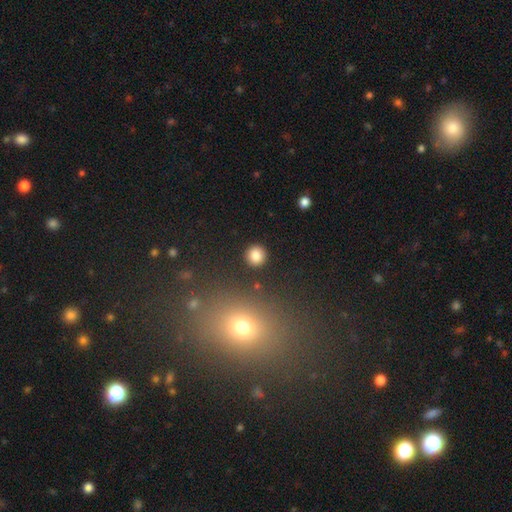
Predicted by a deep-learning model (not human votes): smooth-or-featured: smooth: 84% | star or artifact: 11% | featured or disk: 6%
  how-rounded: round: 92% | in between: 7% | cigar-shaped: 1%
  merging: none: 91% | minor disturbance: 5% | major disturbance: 2% | merger: 2%